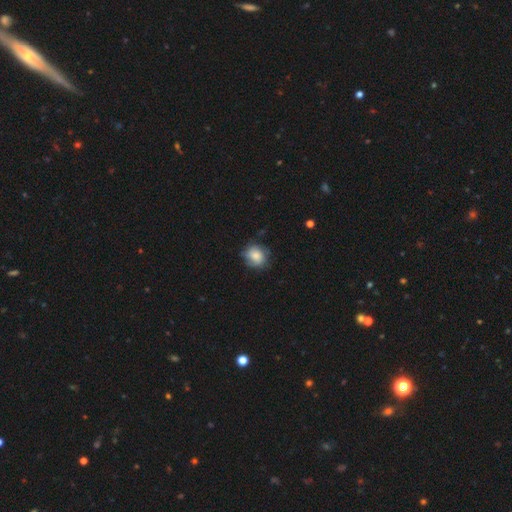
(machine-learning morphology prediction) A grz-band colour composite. It shows a smooth galaxy with no disk features (62%) that is round (75%). Merging: none (66%).